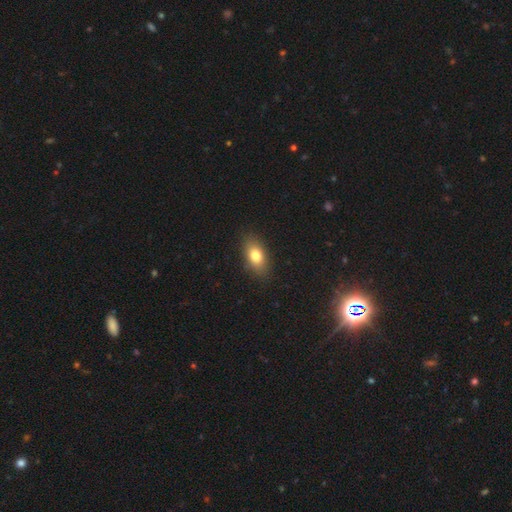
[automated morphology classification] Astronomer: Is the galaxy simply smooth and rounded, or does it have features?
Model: smooth — 79%.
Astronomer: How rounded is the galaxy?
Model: in between — 85%.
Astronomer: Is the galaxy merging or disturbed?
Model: none — 86%.